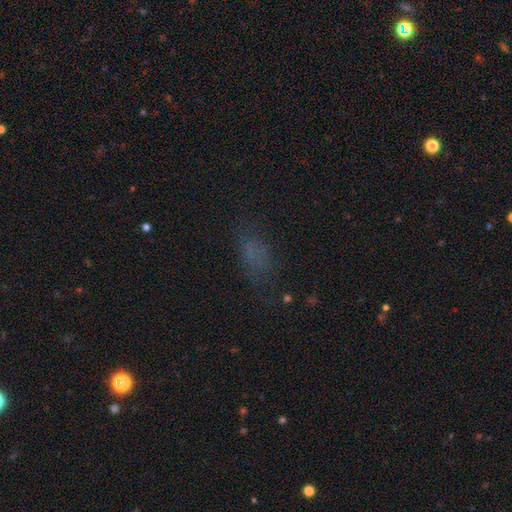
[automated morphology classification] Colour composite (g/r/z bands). It shows a smooth galaxy with no disk features (59%) that is in between round and cigar-shaped (81%). Merging: none (60%).